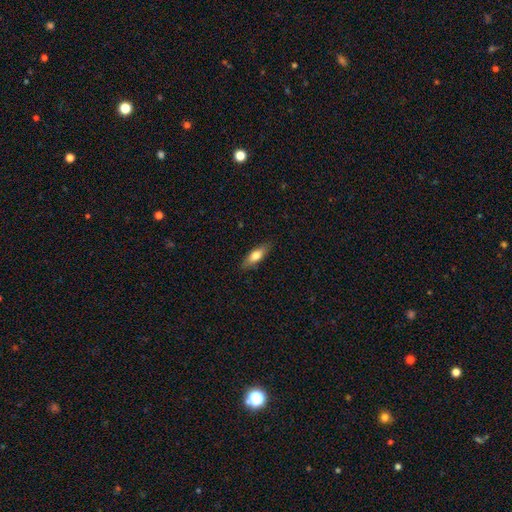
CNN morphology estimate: The model was most divided on "how rounded": in between: 57%, cigar-shaped: 40%, round: 3%. More confident: merging — none (86%); smooth or featured — smooth (70%).